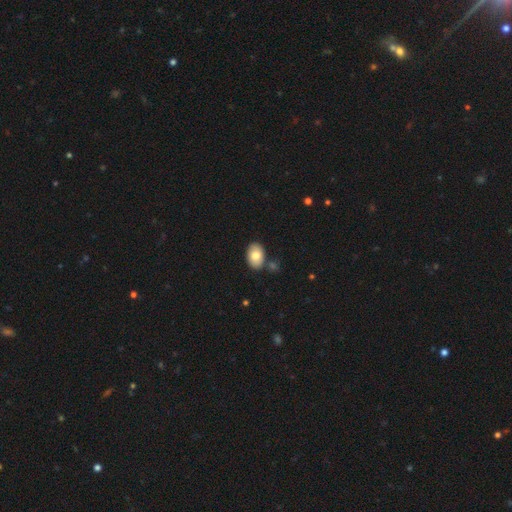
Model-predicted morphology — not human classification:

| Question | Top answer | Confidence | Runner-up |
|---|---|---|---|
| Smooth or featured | smooth | 79% | featured or disk (13%) |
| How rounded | in between | 88% | round (11%) |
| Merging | none | 78% | minor disturbance (12%) |